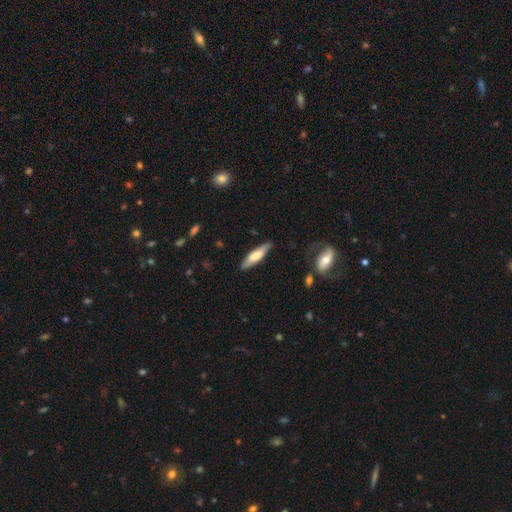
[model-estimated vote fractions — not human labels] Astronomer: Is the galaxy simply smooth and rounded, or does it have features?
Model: smooth — 63%.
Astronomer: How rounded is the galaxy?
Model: cigar-shaped — 69%.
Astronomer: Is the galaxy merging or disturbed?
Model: none — 83%.